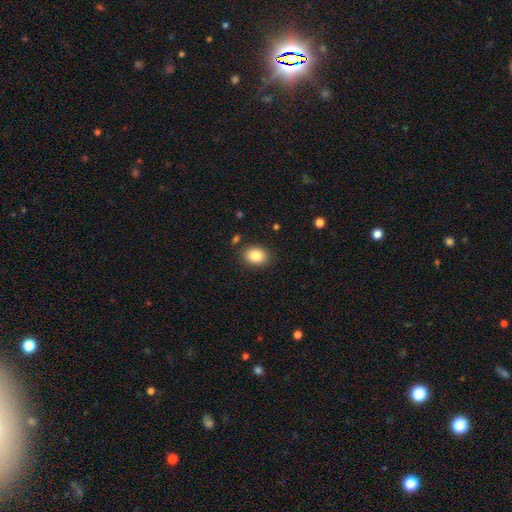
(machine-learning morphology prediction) The model was most divided on "how rounded": in between: 65%, round: 34%, cigar-shaped: 1%. More confident: merging — none (86%); smooth or featured — smooth (85%).